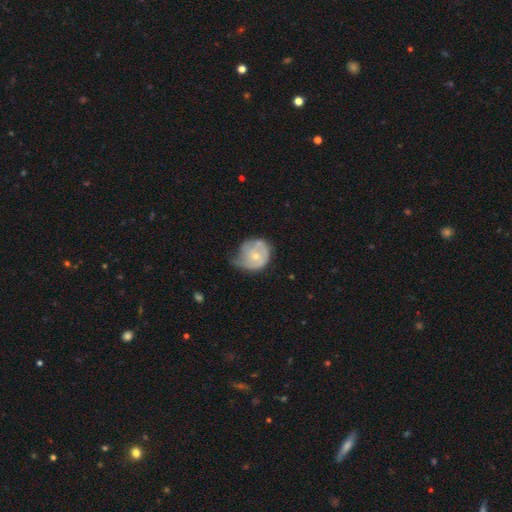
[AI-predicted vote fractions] This appears to be a featured or disk galaxy (56%) with no bar (80%), spiral arms (67%) and a small central bulge (54%). Merging: minor disturbance (40%).